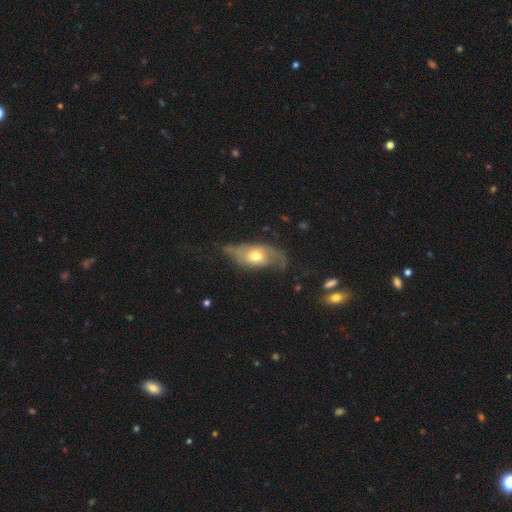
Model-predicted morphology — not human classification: smooth 48%, featured or disk 45%, star or artifact 7%. Down the decision tree: merging — none (44%).